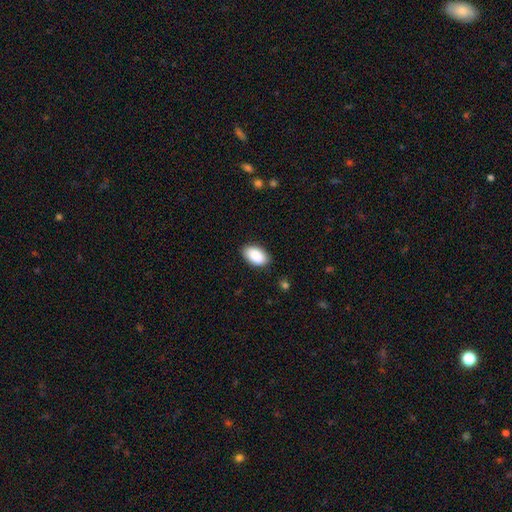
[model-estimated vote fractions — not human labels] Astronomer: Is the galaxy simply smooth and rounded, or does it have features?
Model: smooth — 90%.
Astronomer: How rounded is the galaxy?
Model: in between — 95%.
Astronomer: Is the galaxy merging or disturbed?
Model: none — 86%.